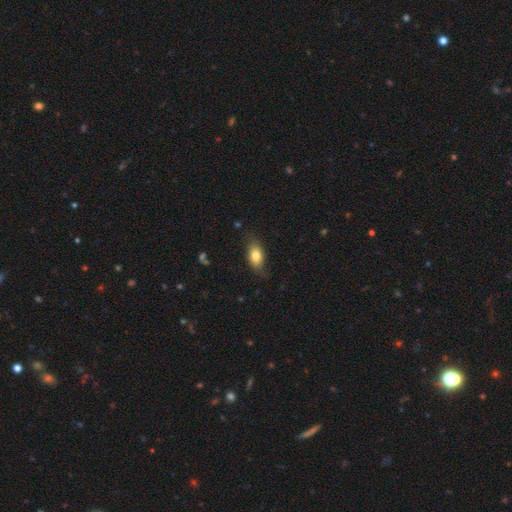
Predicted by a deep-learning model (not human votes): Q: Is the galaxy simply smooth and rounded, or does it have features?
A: smooth — 77%.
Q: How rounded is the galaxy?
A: in between — 86%.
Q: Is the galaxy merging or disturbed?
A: none — 73%.